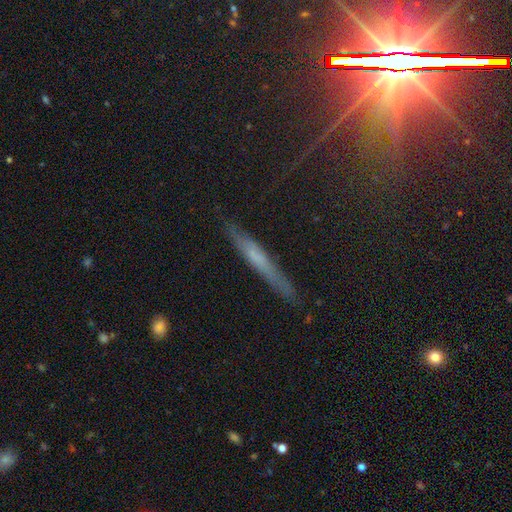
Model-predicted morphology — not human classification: A featured or disk galaxy (48%).

Vote fractions:
- Smooth or featured? featured or disk: 48% / smooth: 37% / star or artifact: 15%
- Merging? none: 86% / minor disturbance: 11% / major disturbance: 2% / merger: 1%